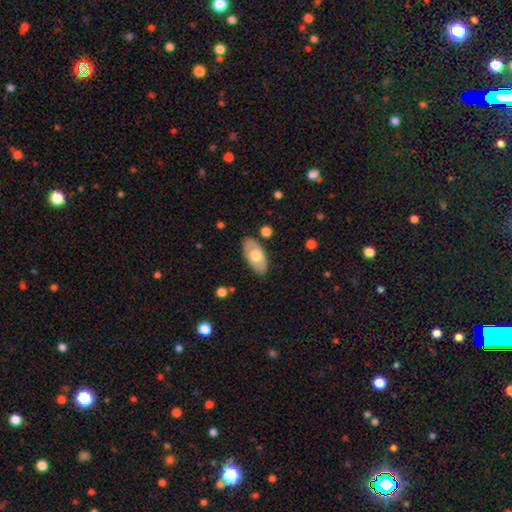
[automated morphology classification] Smooth or featured? Predicted: smooth (p=0.59). How rounded? Predicted: in between (p=0.94). Merging? Predicted: none (p=0.83).